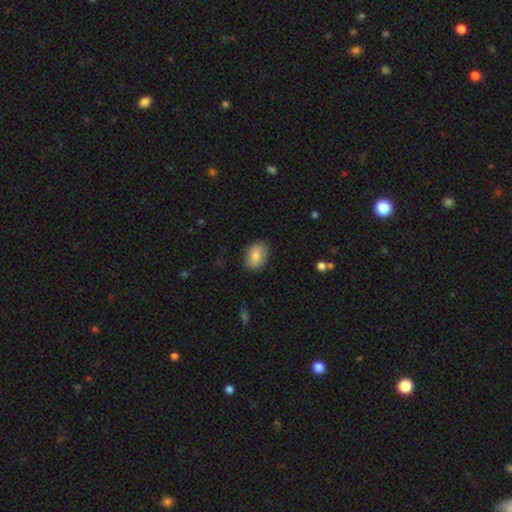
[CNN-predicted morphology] smooth_or_featured: smooth (p=0.79) [alt: featured or disk p=0.14]
how_rounded: in between (p=0.79) [alt: round p=0.20]
merging: none (p=0.82) [alt: minor disturbance p=0.14]